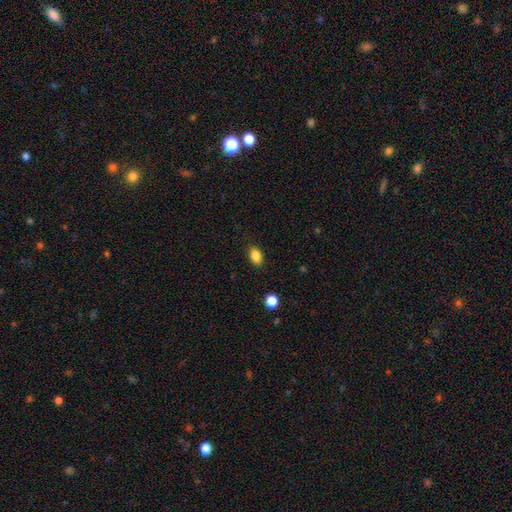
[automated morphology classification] Q: Smooth or featured?
A: smooth (86%); runner-up: star or artifact (10%)
Q: How rounded?
A: in between (82%); runner-up: round (17%)
Q: Merging?
A: none (87%); runner-up: minor disturbance (9%)